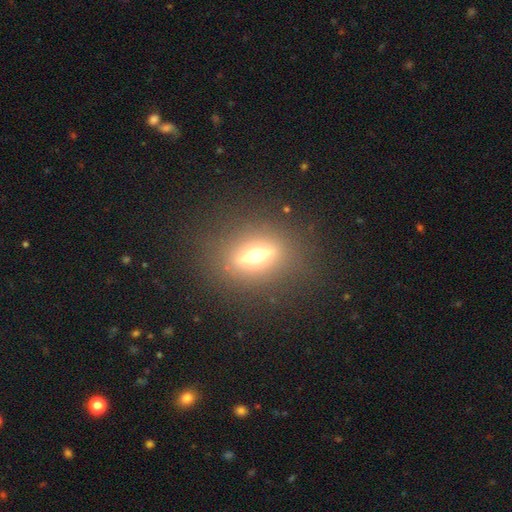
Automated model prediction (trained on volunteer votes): featured or disk 61%, smooth 27%, star or artifact 12%. Down the decision tree: edge-on disk — yes (76%); merging — none (85%).